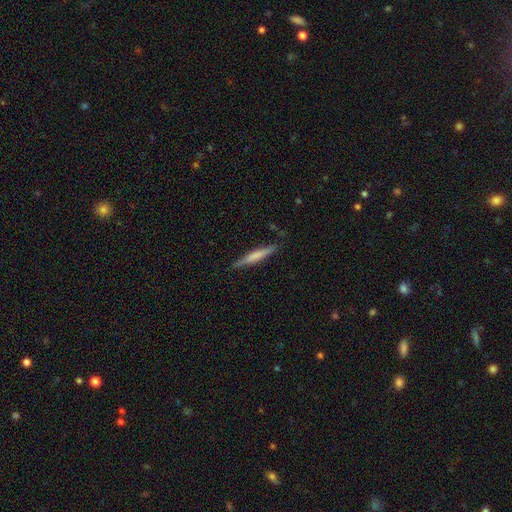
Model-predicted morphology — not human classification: smooth 55%, featured or disk 39%, star or artifact 6%. Down the decision tree: how rounded — cigar-shaped (93%); merging — none (85%).